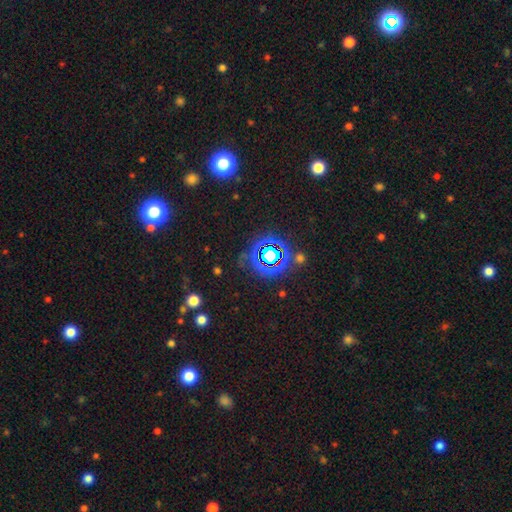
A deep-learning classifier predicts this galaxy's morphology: A star or artifact, not a galaxy (67%).